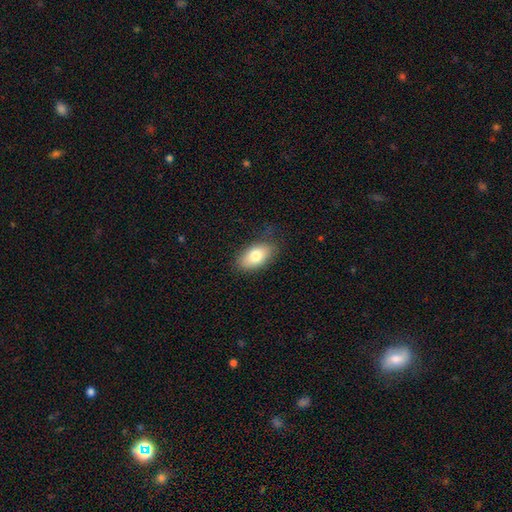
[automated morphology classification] smooth_or_featured: smooth (p=0.78) [alt: featured or disk p=0.14]
how_rounded: in between (p=0.91) [alt: round p=0.06]
merging: none (p=0.80) [alt: minor disturbance p=0.16]